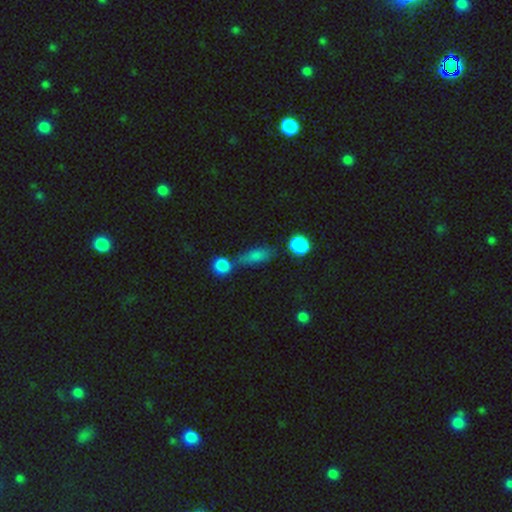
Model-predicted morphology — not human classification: smooth 75%, star or artifact 13%, featured or disk 12%. Down the decision tree: how rounded — in between (59%); merging — none (53%).